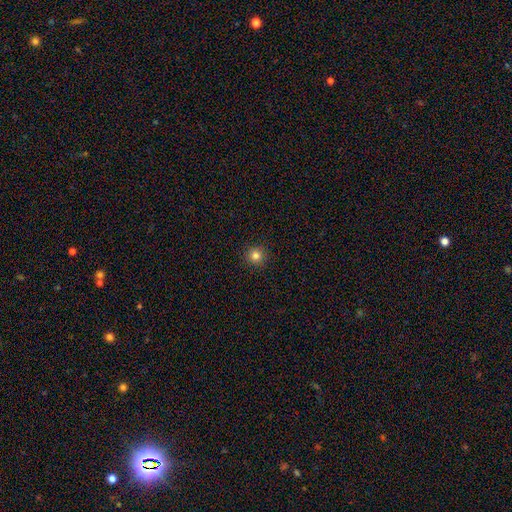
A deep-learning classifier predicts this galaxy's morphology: smooth-or-featured: smooth: 82% | star or artifact: 13% | featured or disk: 5%
  how-rounded: round: 95% | in between: 4% | cigar-shaped: 1%
  merging: none: 93% | minor disturbance: 5% | major disturbance: 2% | merger: 1%